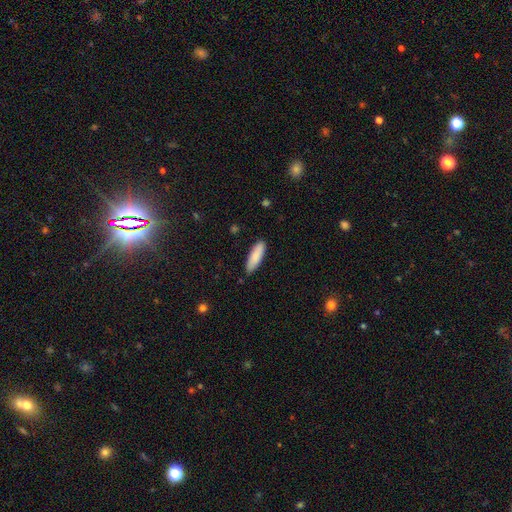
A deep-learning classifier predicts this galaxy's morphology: This is clearly a smooth galaxy (87%). How rounded: possibly in between (52%). Merging: clearly none (85%).